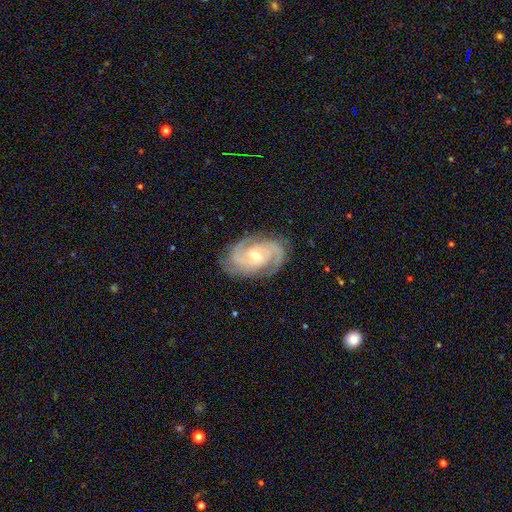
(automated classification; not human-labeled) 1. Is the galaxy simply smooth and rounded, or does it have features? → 91% featured or disk, 4% smooth, 4% star or artifact.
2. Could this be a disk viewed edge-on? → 97% no, 3% yes.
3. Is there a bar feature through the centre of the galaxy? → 44% weak, 39% no, 16% strong.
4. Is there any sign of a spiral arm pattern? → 98% yes, 2% no.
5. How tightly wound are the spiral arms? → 62% tight, 33% medium, 5% loose.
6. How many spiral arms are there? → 41% 2, 34% 3, 10% can't tell, 7% 4, 4% 1, 4% more than 4.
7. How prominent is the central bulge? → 54% moderate, 43% small, 2% large, 1% none, 1% dominant.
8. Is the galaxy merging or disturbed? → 82% none, 14% minor disturbance, 4% major disturbance, 1% merger.